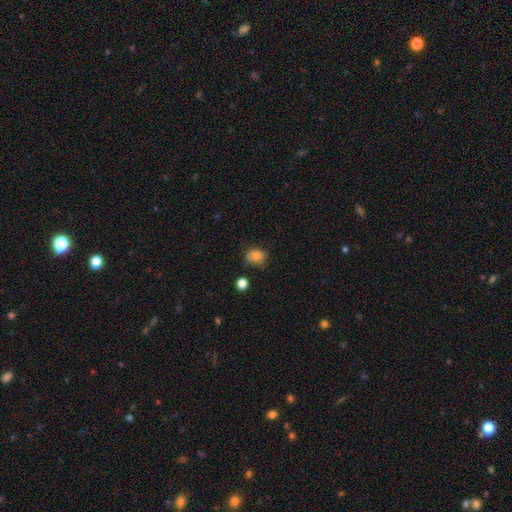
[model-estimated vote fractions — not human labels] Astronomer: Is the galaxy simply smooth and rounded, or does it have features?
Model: smooth — 82%.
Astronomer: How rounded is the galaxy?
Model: round — 53% (runner-up: in between, 46%).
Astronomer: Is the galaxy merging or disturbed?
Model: none — 73%.